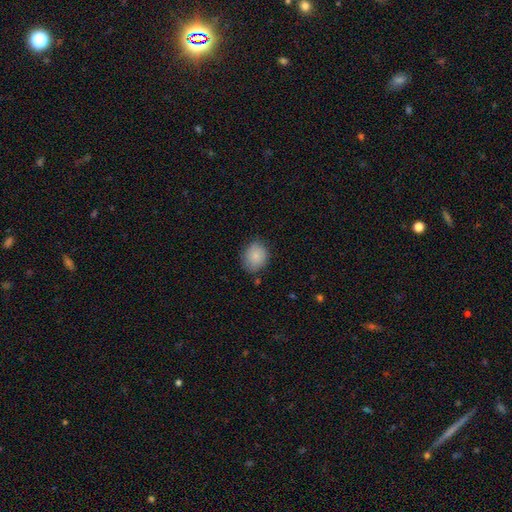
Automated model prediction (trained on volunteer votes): Smooth or featured? Predicted: smooth (p=0.86). How rounded? Predicted: round (p=0.65). Merging? Predicted: none (p=0.78).